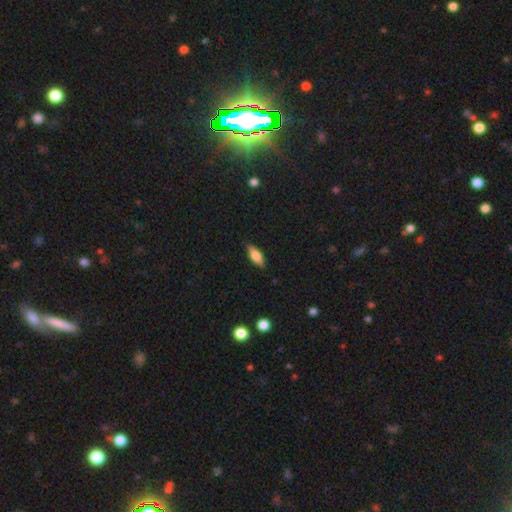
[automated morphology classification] Q: Smooth or featured?
A: smooth (75%); runner-up: featured or disk (18%)
Q: How rounded?
A: in between (75%); runner-up: cigar-shaped (23%)
Q: Merging?
A: none (86%); runner-up: minor disturbance (11%)